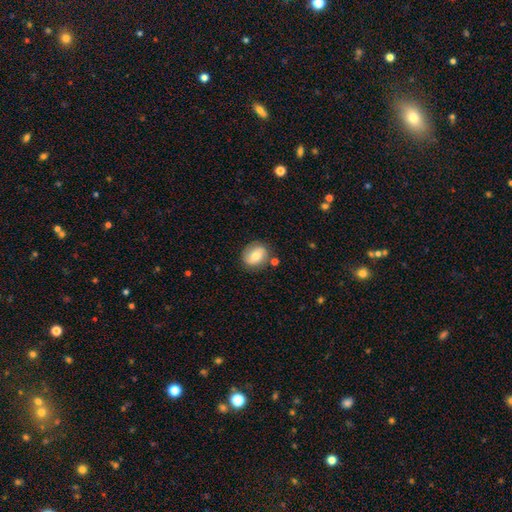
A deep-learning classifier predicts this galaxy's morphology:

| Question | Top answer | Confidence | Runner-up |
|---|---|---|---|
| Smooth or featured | smooth | 64% | featured or disk (28%) |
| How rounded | round | 56% | in between (42%) |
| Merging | none | 77% | minor disturbance (15%) |